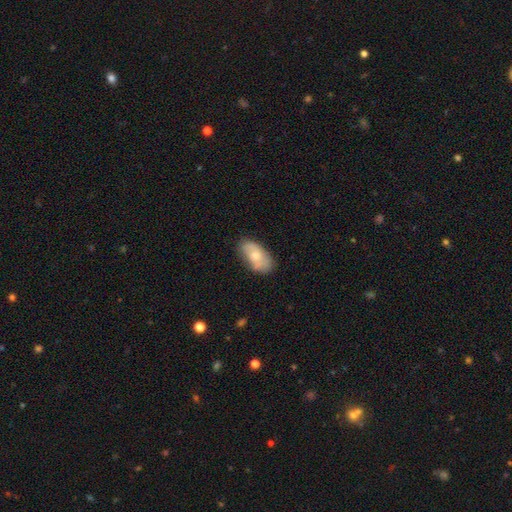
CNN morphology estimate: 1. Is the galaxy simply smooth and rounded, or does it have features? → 54% smooth, 40% featured or disk, 6% star or artifact.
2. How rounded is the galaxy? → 92% in between, 5% round, 3% cigar-shaped.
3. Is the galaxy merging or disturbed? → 69% none, 23% minor disturbance, 5% major disturbance, 2% merger.